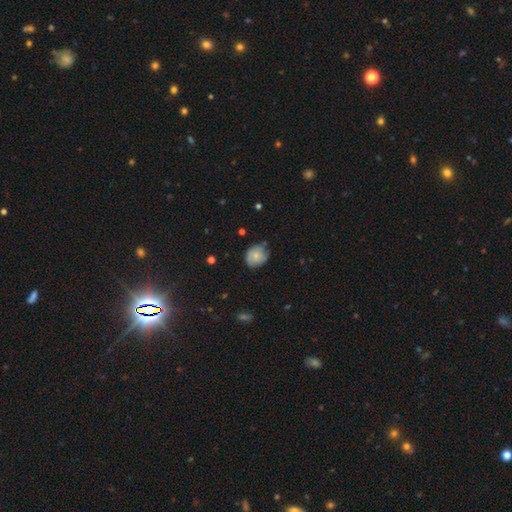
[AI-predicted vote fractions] This appears to be a smooth galaxy with no disk features (65%) that is round (68%). Merging: none (62%).